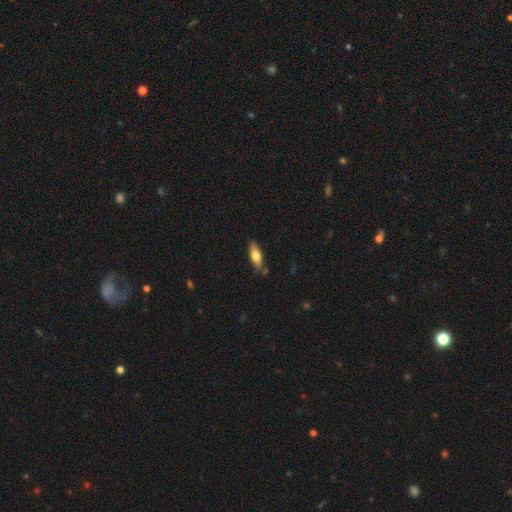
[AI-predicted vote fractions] This is likely a smooth galaxy (62%). How rounded: possibly in between (55%). Merging: likely none (78%).